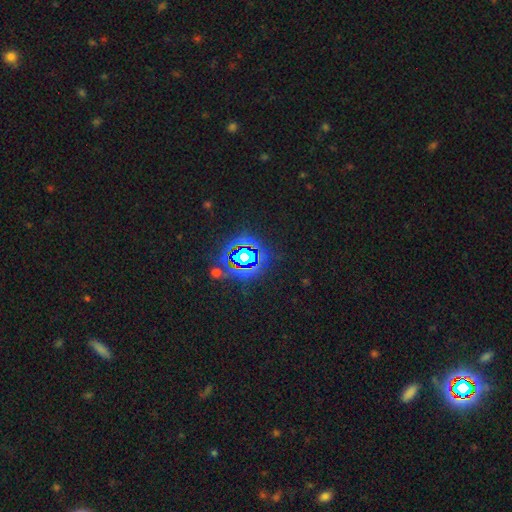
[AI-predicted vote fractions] Smooth or featured? star or artifact (83%)